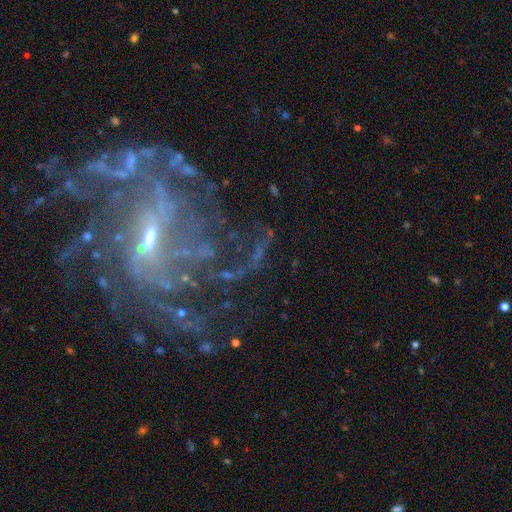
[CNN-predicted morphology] A featured or disk galaxy (78%) with a weak bar (42%), medium (39%) spiral arms (88%) and a small central bulge (68%).

Vote fractions:
- Smooth or featured? featured or disk: 78% / star or artifact: 16% / smooth: 7%
- Edge-on disk? no: 96% / yes: 4%
- Bar? weak: 42% / no: 38% / strong: 20%
- Spiral arms? yes: 88% / no: 12%
- Spiral winding? medium: 39% / tight: 35% / loose: 27%
- Spiral arm count? can't tell: 33% / 2: 16% / 4: 15% / 3: 14% / more than 4: 13% / 1: 9%
- Bulge size? small: 68% / moderate: 19% / none: 10% / large: 2% / dominant: 1%
- Merging? none: 55% / major disturbance: 25% / minor disturbance: 15% / merger: 5%